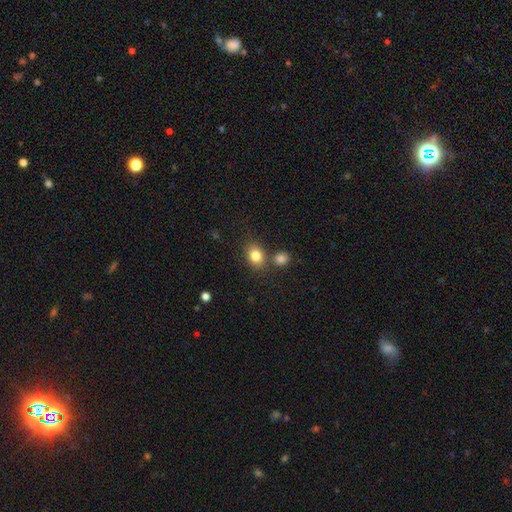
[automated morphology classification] This is clearly a smooth galaxy (83%). How rounded: possibly in between (54%). Merging: likely none (67%).